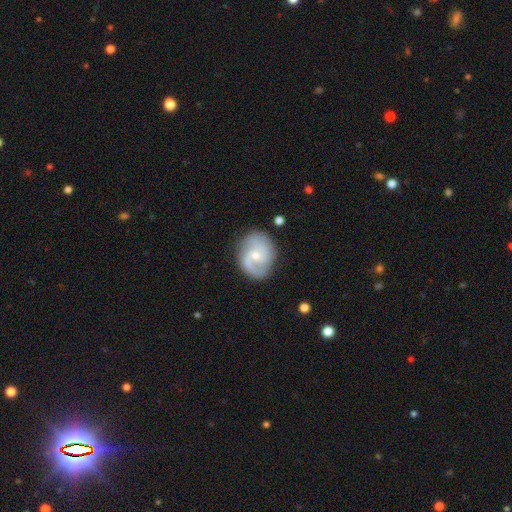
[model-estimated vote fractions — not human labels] Overall: featured or disk (78%). Edge-on disk: no (98%). Bar: no (55%; weak 39%). Spiral arms: yes (94%). Spiral arm count: 2 (74%). Spiral winding: medium (49%; tight 27%). Bulge size: small (59%; moderate 37%). Merging: none (76%).